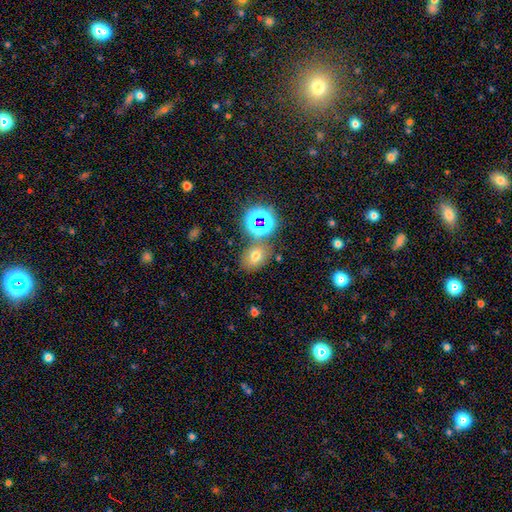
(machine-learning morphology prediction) The model was most divided on "how rounded": in between: 56%, round: 43%, cigar-shaped: 1%. More confident: merging — none (69%); smooth or featured — smooth (64%).